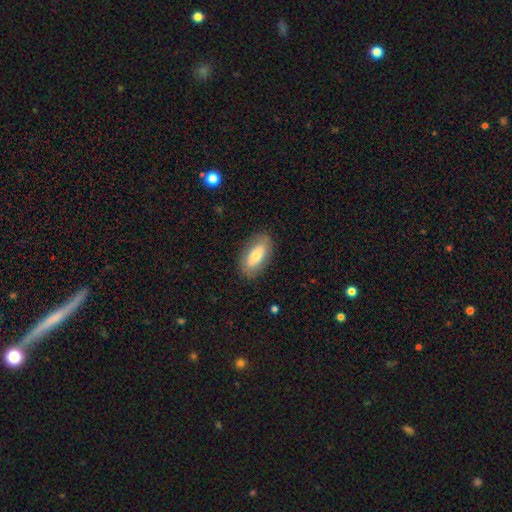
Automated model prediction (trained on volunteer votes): The model was most divided on "smooth or featured": smooth: 65%, featured or disk: 28%, star or artifact: 7%. More confident: how rounded — in between (89%); merging — none (84%).